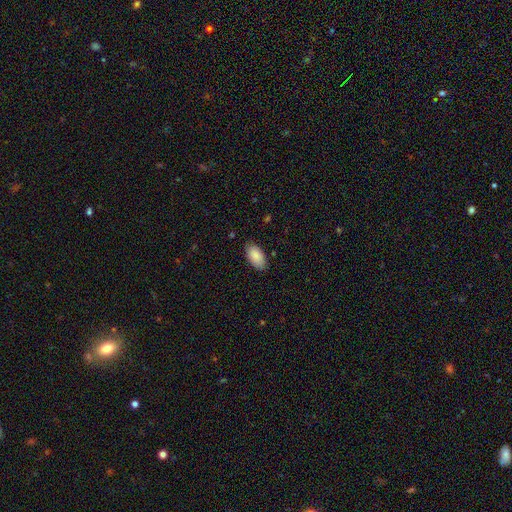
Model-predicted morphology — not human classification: smooth_or_featured: smooth (p=0.89) [alt: star or artifact p=0.06]
how_rounded: in between (p=0.95) [alt: cigar-shaped p=0.03]
merging: none (p=0.84) [alt: minor disturbance p=0.12]